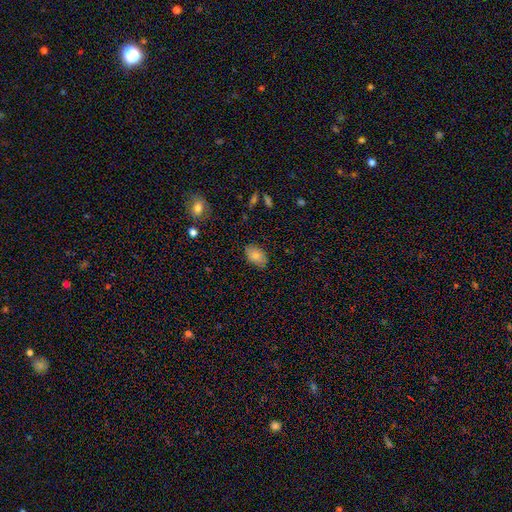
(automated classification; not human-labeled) Morphology: type=smooth (80%); roundness=in between (88%); merging=none (83%).